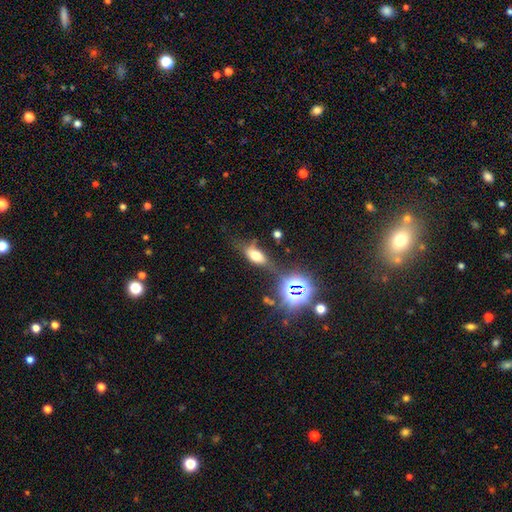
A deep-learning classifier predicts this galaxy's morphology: Q: Smooth or featured?
A: smooth (57%); runner-up: featured or disk (22%)
Q: How rounded?
A: in between (78%); runner-up: cigar-shaped (14%)
Q: Merging?
A: none (55%); runner-up: minor disturbance (23%)